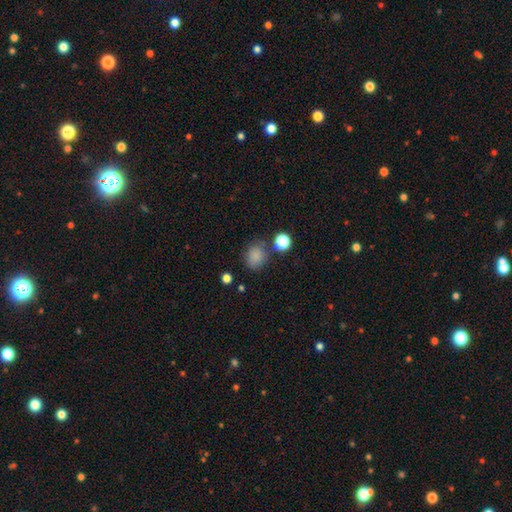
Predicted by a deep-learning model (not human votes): Smooth or featured? smooth (82%)
How rounded? round (66%)
Merging? none (71%)